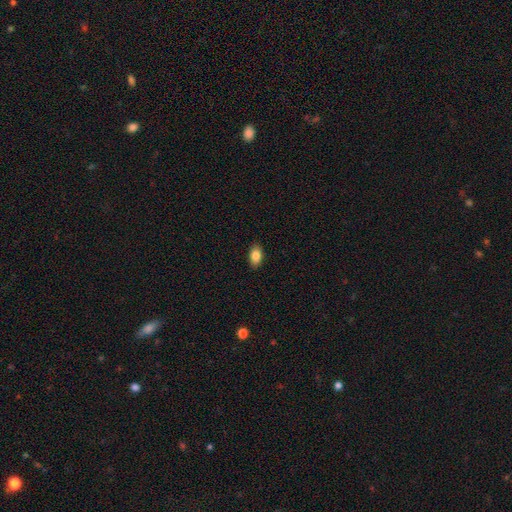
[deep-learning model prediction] smooth_or_featured: smooth (p=0.84) [alt: star or artifact p=0.08]
how_rounded: in between (p=0.90) [alt: round p=0.08]
merging: none (p=0.89) [alt: minor disturbance p=0.08]